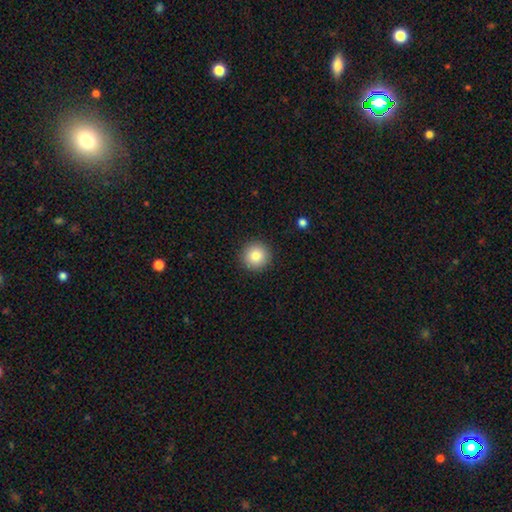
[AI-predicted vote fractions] This is clearly a smooth galaxy (84%). How rounded: clearly round (95%). Merging: clearly none (92%).